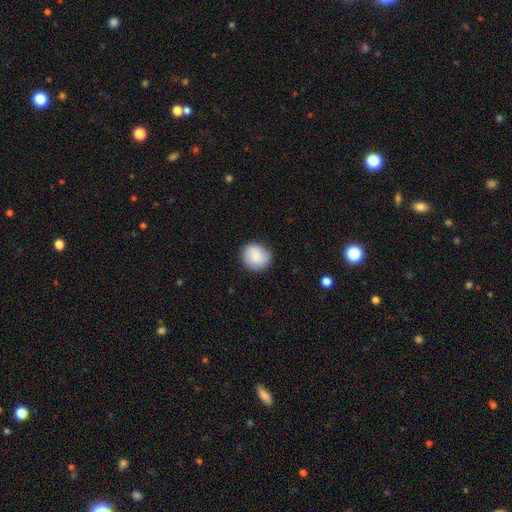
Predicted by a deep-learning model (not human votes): This is likely a smooth galaxy (71%). How rounded: likely round (79%). Merging: clearly none (84%).